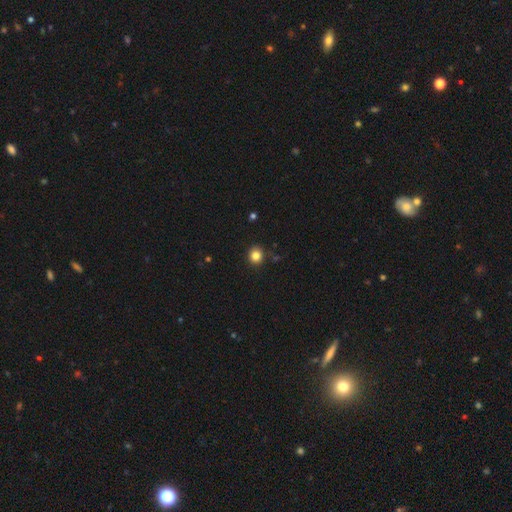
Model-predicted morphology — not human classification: Overall: smooth (83%). How rounded: round (87%). Merging: none (89%).